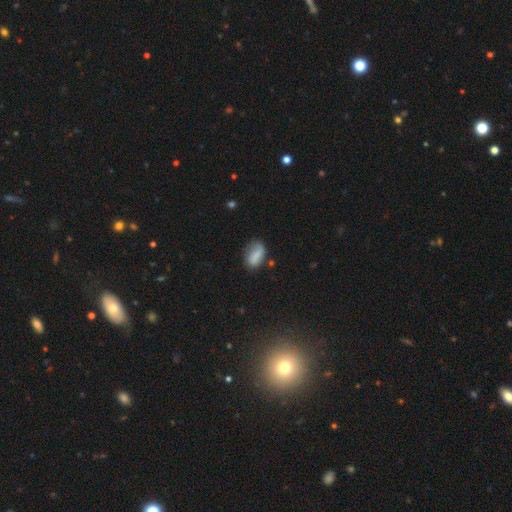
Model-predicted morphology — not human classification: Overall: smooth (78%). How rounded: in between (88%). Merging: none (55%; minor disturbance 30%).